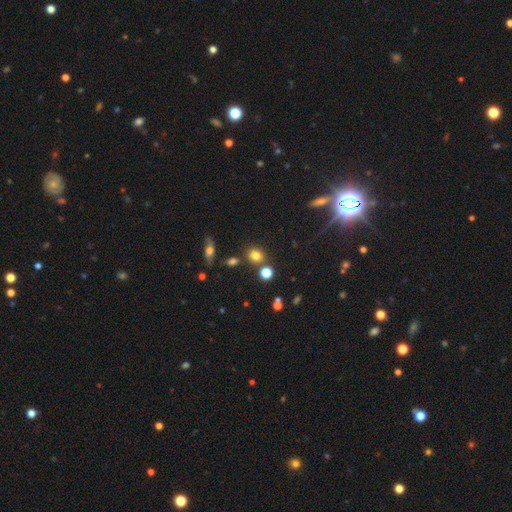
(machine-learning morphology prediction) smooth_or_featured: smooth (p=0.76) [alt: star or artifact p=0.15]
how_rounded: round (p=0.73) [alt: in between p=0.25]
merging: none (p=0.77) [alt: merger p=0.10]